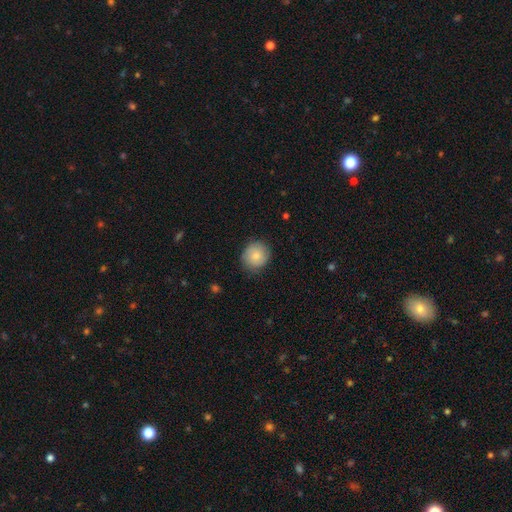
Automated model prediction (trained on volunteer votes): Morphology: type=smooth (79%); roundness=round (85%); merging=none (82%).